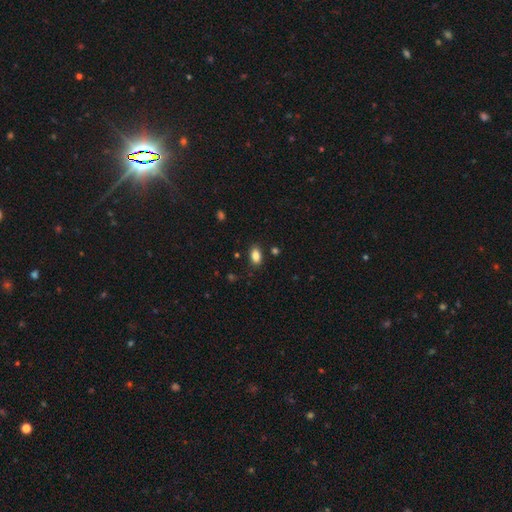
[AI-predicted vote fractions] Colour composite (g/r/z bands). It shows a smooth galaxy with no disk features (86%) that is in between round and cigar-shaped (90%). Merging: none (85%).